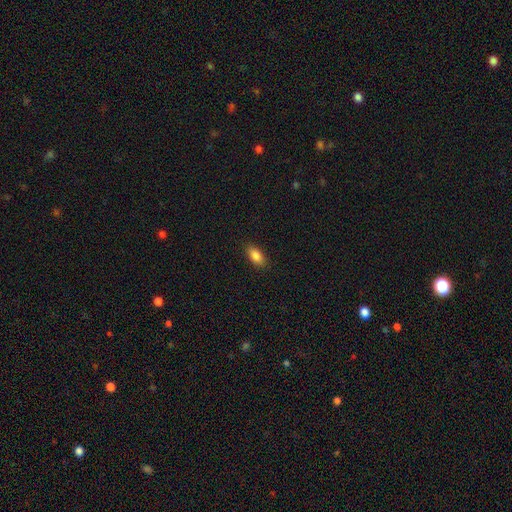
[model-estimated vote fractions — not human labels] Smooth or featured: smooth — 87% (star or artifact — 8%)
How rounded: in between — 90% (cigar-shaped — 6%)
Merging: none — 88% (minor disturbance — 9%)